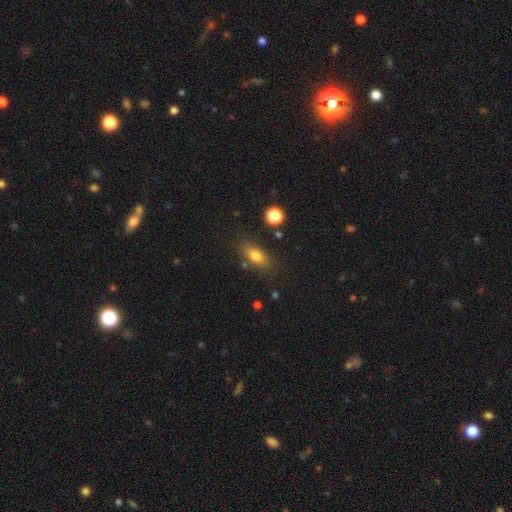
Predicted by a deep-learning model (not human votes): Morphology: type=smooth (79%); roundness=in between (80%); merging=none (79%).